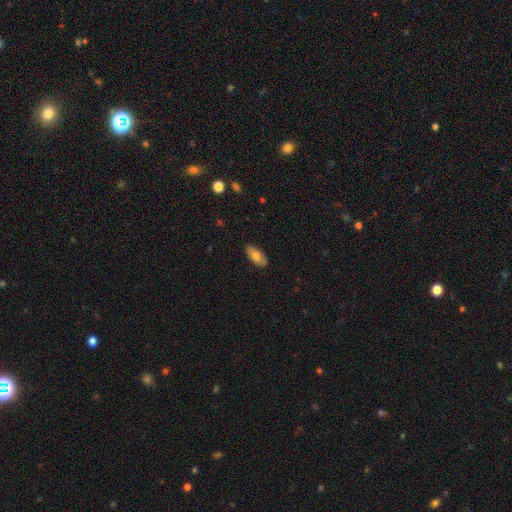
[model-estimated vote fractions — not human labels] smooth_or_featured: smooth (p=0.73) [alt: featured or disk p=0.21]
how_rounded: in between (p=0.89) [alt: cigar-shaped p=0.09]
merging: none (p=0.85) [alt: minor disturbance p=0.12]